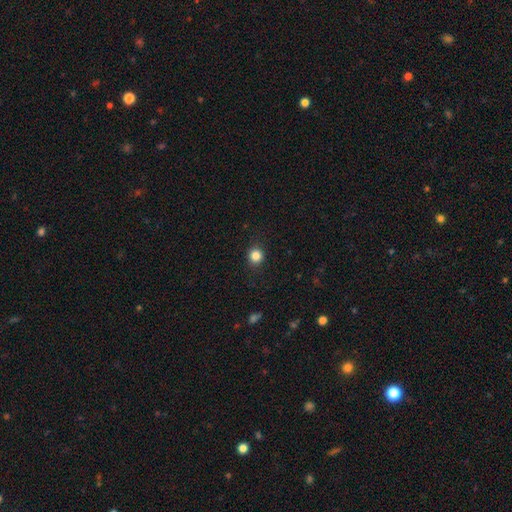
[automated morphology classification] Smooth or featured? Predicted: smooth (p=0.84). How rounded? Predicted: round (p=0.88). Merging? Predicted: none (p=0.89).